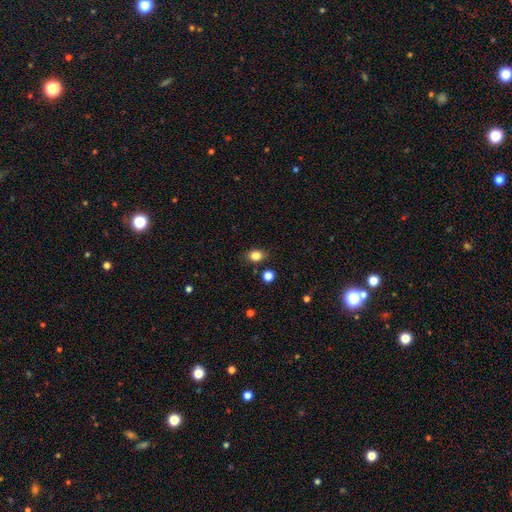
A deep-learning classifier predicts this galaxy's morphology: type=smooth (83%); roundness=in between (59%); merging=none (82%).